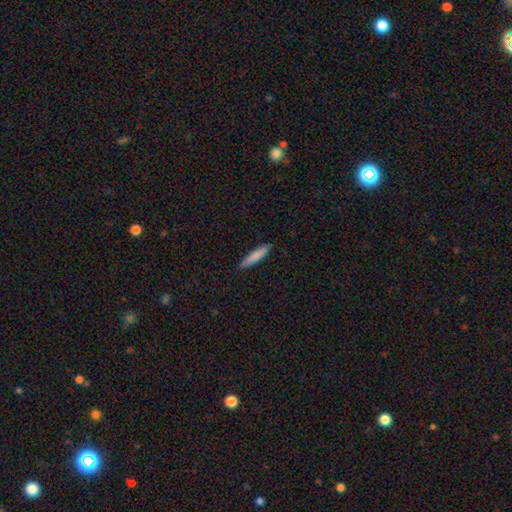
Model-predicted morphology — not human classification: The model was most divided on "smooth or featured": smooth: 82%, featured or disk: 12%, star or artifact: 6%. More confident: merging — none (89%); how rounded — cigar-shaped (89%).